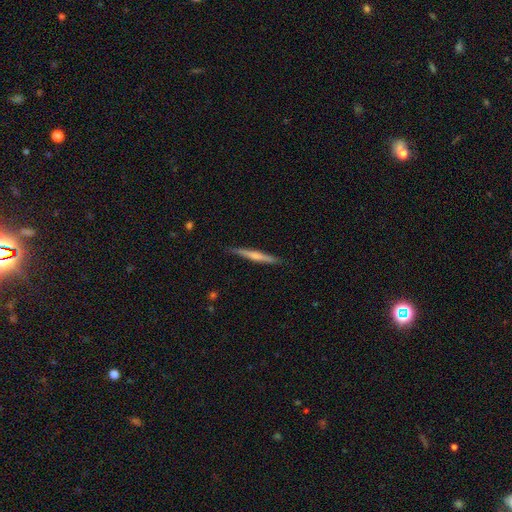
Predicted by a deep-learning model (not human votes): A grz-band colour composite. It shows a featured or disk galaxy (49%). Merging: none (87%).